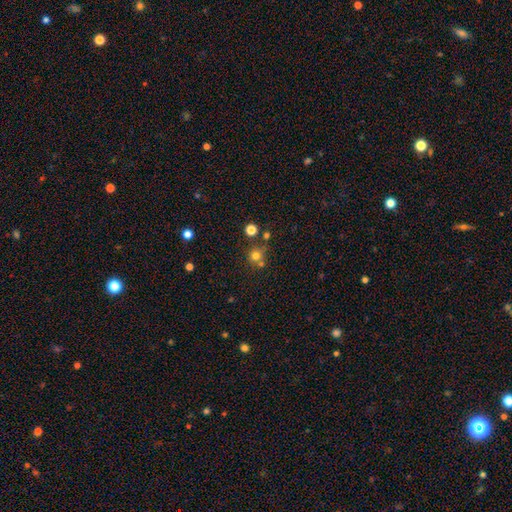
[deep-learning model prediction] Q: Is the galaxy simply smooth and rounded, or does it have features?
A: smooth — 72%.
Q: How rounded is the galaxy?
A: round — 91%.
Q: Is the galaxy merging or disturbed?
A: none — 65%.